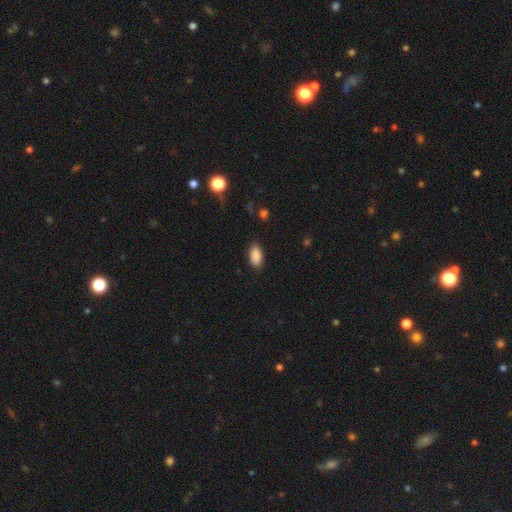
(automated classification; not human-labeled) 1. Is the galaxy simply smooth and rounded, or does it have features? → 89% smooth, 8% star or artifact, 3% featured or disk.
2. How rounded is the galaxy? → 93% in between, 4% round, 3% cigar-shaped.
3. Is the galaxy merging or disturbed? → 85% none, 11% minor disturbance, 3% major disturbance, 1% merger.